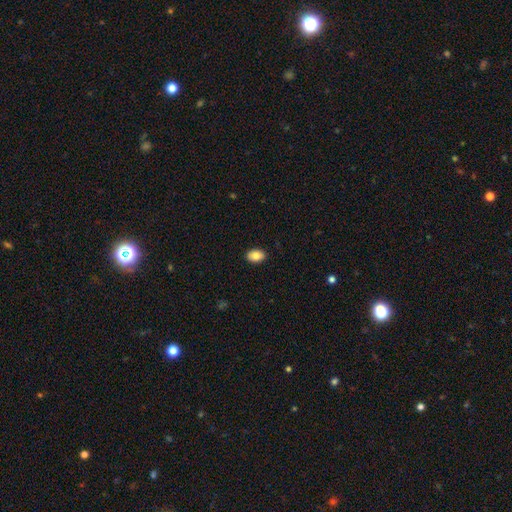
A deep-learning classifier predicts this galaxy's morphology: smooth_or_featured: smooth (p=0.85) [alt: featured or disk p=0.08]
how_rounded: in between (p=0.87) [alt: round p=0.12]
merging: none (p=0.90) [alt: minor disturbance p=0.07]